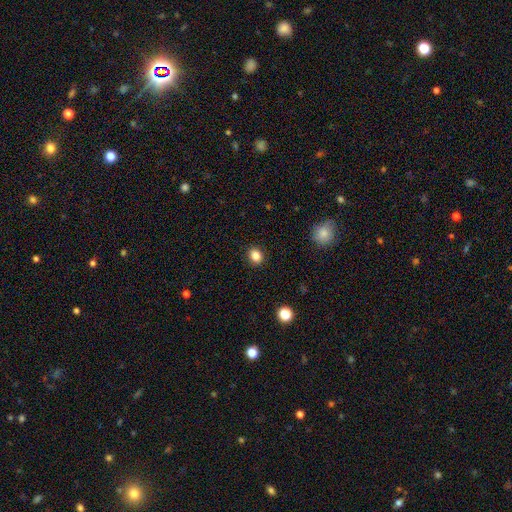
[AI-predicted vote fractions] Smooth or featured: smooth — 85% (star or artifact — 11%)
How rounded: round — 61% (in between — 39%)
Merging: none — 91% (minor disturbance — 6%)